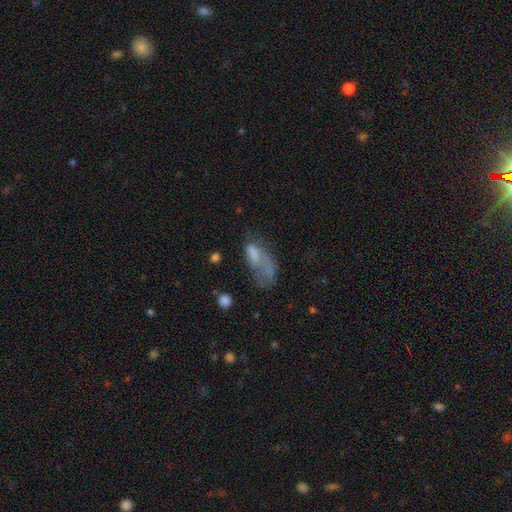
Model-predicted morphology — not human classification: The model was most divided on "merging": major disturbance: 46%, none: 21%, minor disturbance: 21%, merger: 12%. More confident: how rounded — in between (81%); smooth or featured — smooth (57%).